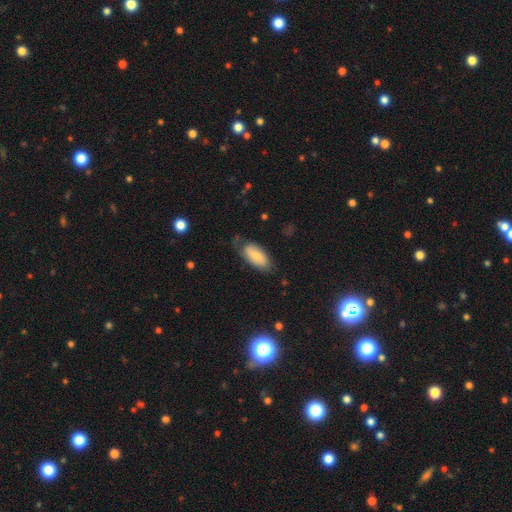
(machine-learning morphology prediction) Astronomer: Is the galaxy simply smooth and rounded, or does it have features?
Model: smooth — 73%.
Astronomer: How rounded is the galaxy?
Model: in between — 90%.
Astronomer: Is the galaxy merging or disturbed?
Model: none — 59%.